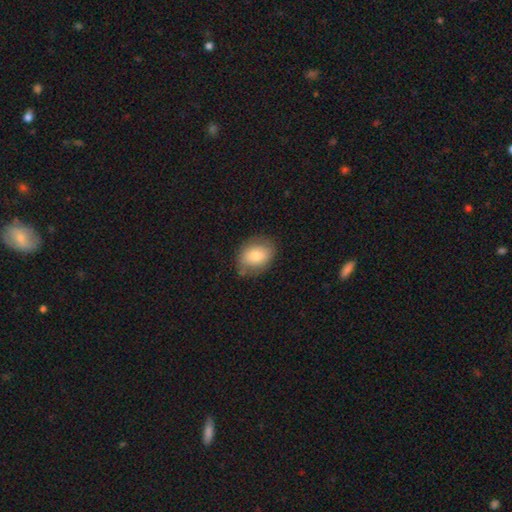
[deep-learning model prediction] Q: Smooth or featured?
A: smooth (75%); runner-up: featured or disk (17%)
Q: How rounded?
A: in between (61%); runner-up: round (38%)
Q: Merging?
A: none (73%); runner-up: minor disturbance (20%)